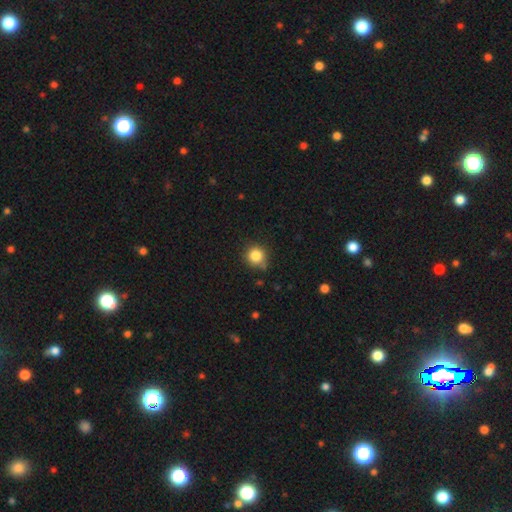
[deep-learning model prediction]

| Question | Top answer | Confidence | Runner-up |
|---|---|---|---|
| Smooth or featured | smooth | 84% | star or artifact (11%) |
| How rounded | round | 91% | in between (8%) |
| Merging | none | 76% | minor disturbance (17%) |